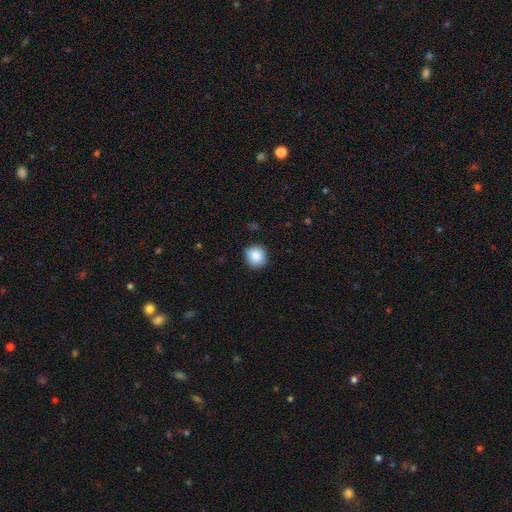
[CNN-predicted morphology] Q: Smooth or featured?
A: smooth (86%); runner-up: star or artifact (9%)
Q: How rounded?
A: round (92%); runner-up: in between (7%)
Q: Merging?
A: none (88%); runner-up: minor disturbance (9%)